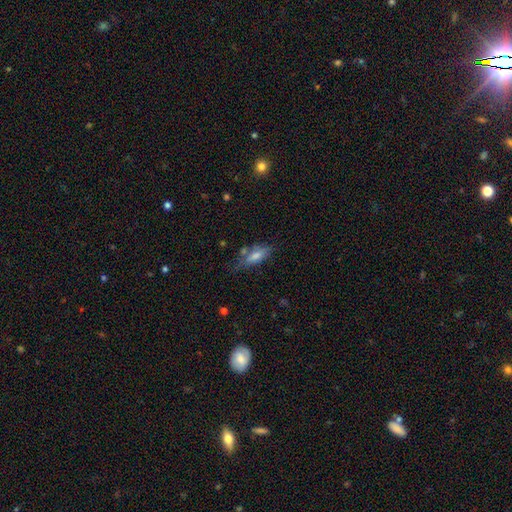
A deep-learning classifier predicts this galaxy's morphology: A smooth galaxy with no disk features (71%) that is in between round and cigar-shaped (67%). Merging: none (53%).